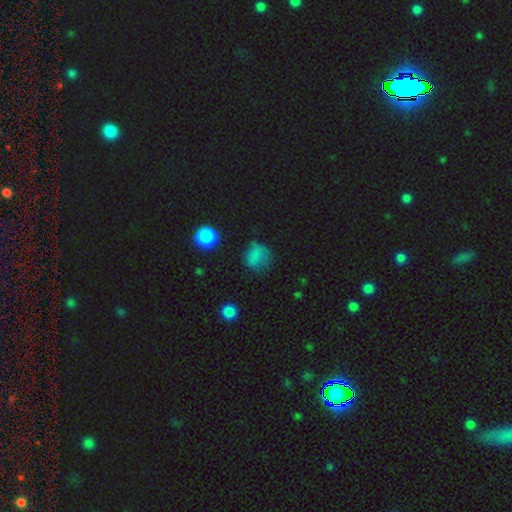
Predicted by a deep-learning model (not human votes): smooth-or-featured: smooth: 76% | star or artifact: 15% | featured or disk: 9%
  how-rounded: round: 79% | in between: 19% | cigar-shaped: 1%
  merging: none: 59% | minor disturbance: 25% | major disturbance: 14% | merger: 2%